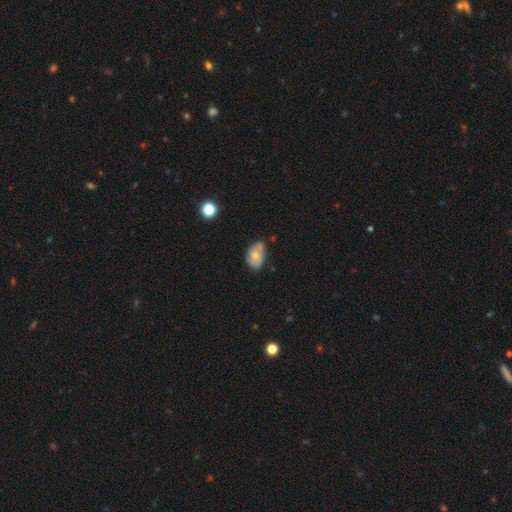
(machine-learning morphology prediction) Overall: smooth (65%; featured or disk 27%). How rounded: in between (85%). Merging: none (47%; minor disturbance 32%).